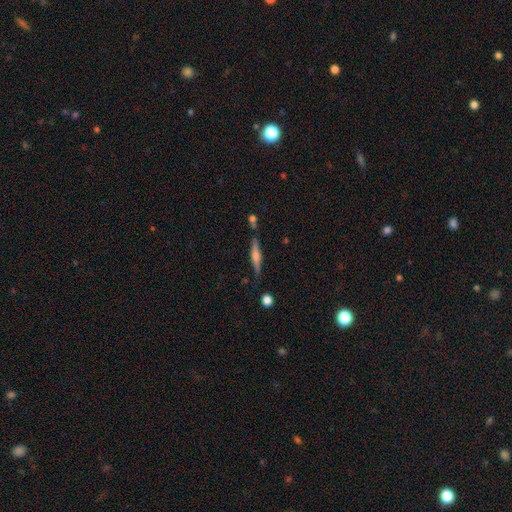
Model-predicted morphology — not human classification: A featured or disk galaxy (68%) viewed edge-on (97%) with a rounded central bulge (75%). Merging: none (82%).